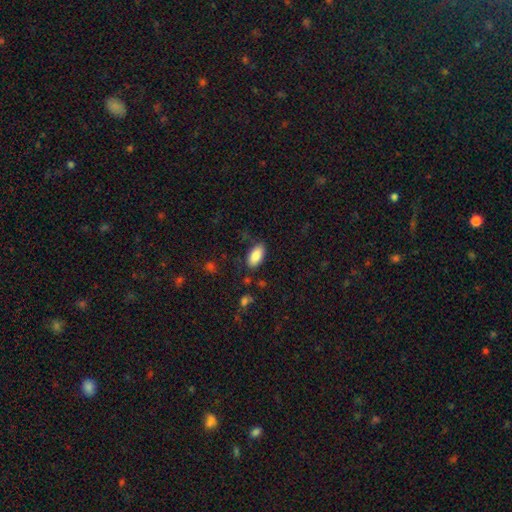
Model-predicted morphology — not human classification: Smooth or featured? Predicted: smooth (p=0.86). How rounded? Predicted: in between (p=0.93). Merging? Predicted: none (p=0.80).